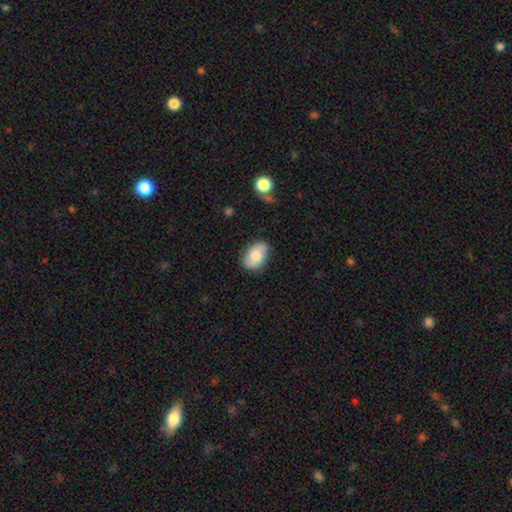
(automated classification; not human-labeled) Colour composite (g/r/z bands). It shows a smooth galaxy with no disk features (75%) that is in between round and cigar-shaped (90%). Merging: none (80%).